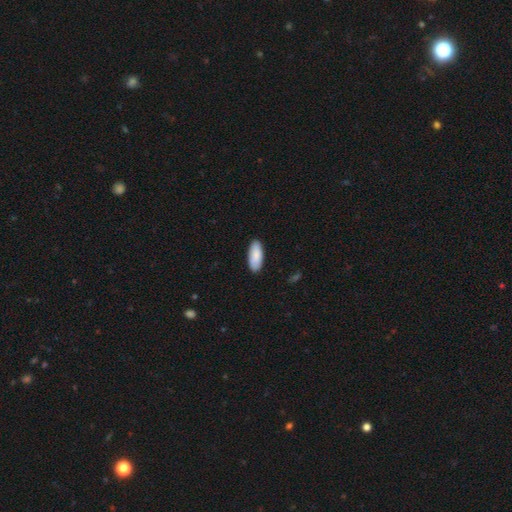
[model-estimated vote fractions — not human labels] smooth 89%, featured or disk 6%, star or artifact 5%. Down the decision tree: how rounded — in between (82%); merging — none (88%).